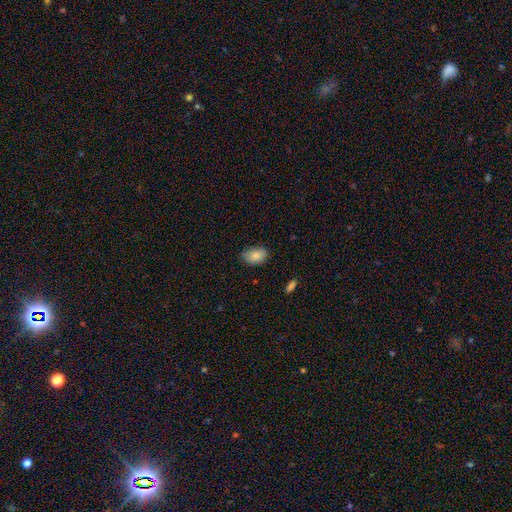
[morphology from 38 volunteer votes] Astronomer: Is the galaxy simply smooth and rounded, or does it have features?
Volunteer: smooth — 95%.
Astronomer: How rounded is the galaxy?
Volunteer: in between — 97%.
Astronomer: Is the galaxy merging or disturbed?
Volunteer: none — 81%.